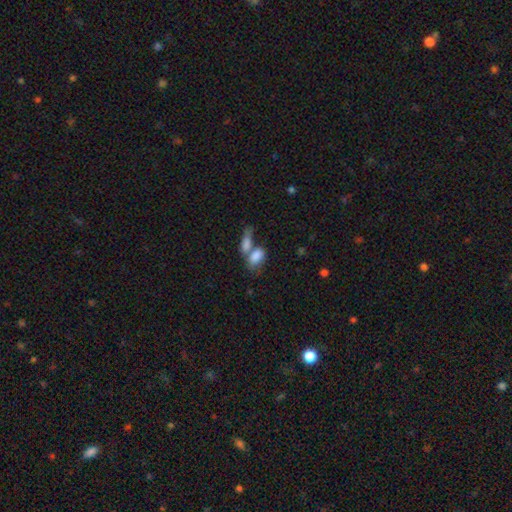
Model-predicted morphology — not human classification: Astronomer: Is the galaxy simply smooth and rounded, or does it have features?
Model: smooth — 82%.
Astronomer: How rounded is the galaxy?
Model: in between — 89%.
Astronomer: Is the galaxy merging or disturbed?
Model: merger — 62%.